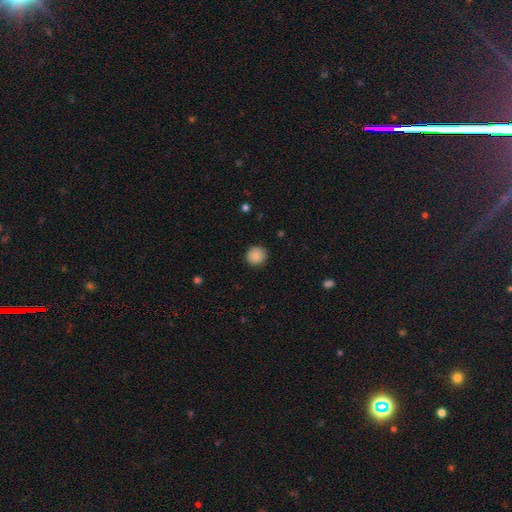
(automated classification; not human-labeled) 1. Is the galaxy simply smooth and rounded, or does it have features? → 89% smooth, 9% star or artifact, 3% featured or disk.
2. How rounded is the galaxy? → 91% round, 8% in between, 1% cigar-shaped.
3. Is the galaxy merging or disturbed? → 90% none, 7% minor disturbance, 2% major disturbance, 1% merger.